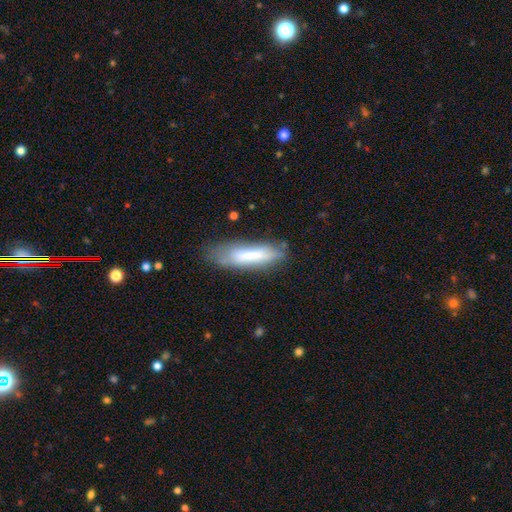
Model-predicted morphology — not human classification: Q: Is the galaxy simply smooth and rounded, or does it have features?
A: smooth — 63%.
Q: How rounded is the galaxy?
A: cigar-shaped — 68%.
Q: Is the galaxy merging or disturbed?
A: none — 67%.